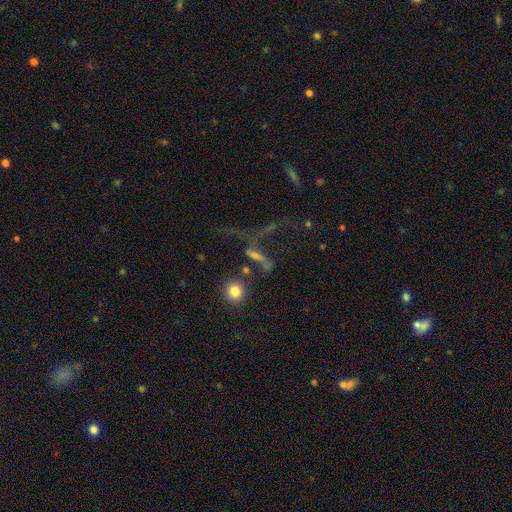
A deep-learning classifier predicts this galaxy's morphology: Smooth or featured: featured or disk — 36% (tied with smooth — 36%)
Merging: none — 42% (major disturbance — 31%)